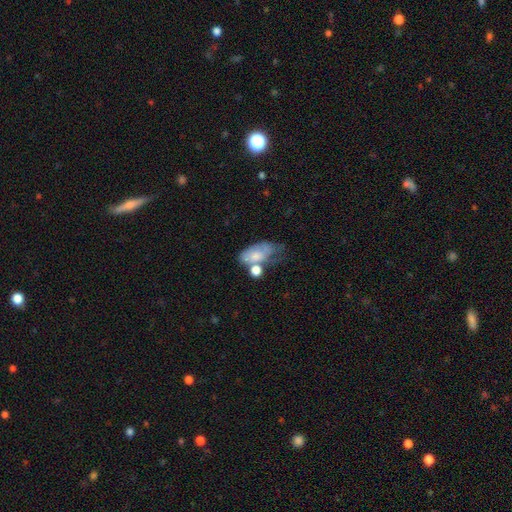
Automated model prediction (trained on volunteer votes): smooth_or_featured: smooth (p=0.65) [alt: featured or disk p=0.27]
how_rounded: in between (p=0.88) [alt: round p=0.09]
merging: merger (p=0.28) [alt: none p=0.25]